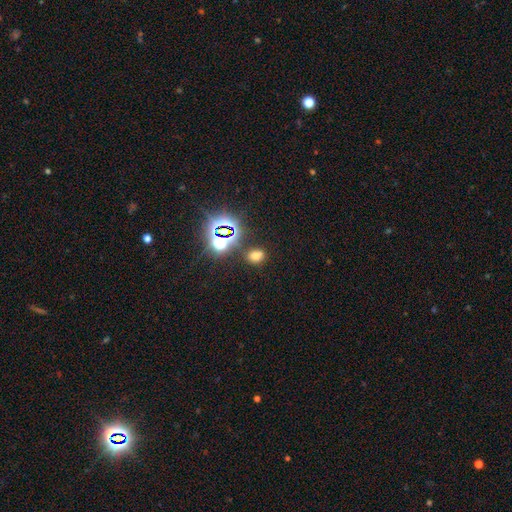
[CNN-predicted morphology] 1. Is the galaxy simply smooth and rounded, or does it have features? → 59% smooth, 34% star or artifact, 7% featured or disk.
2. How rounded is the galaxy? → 58% in between, 40% round, 1% cigar-shaped.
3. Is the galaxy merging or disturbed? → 76% none, 12% minor disturbance, 7% merger, 5% major disturbance.